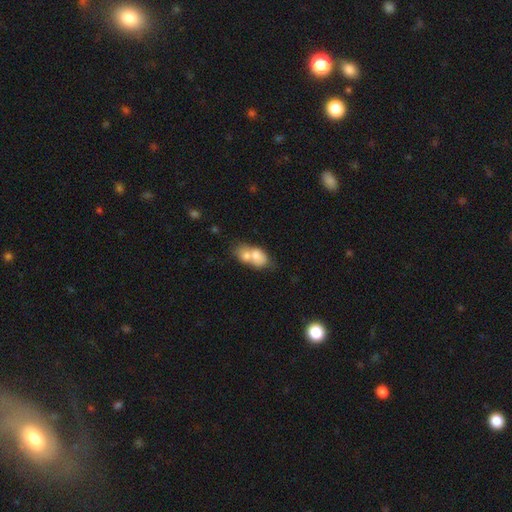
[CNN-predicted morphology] type=smooth (69%); roundness=in between (76%); merging=merger (71%).